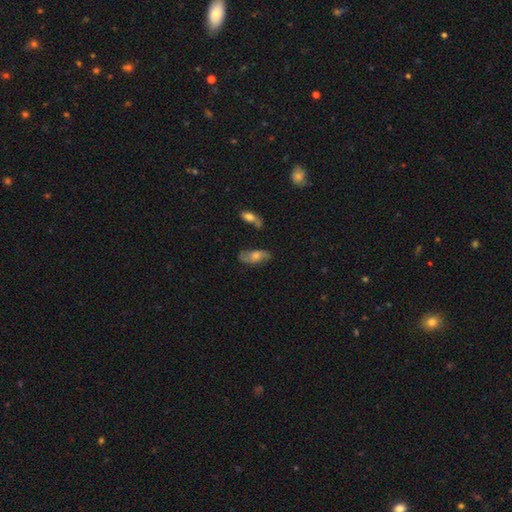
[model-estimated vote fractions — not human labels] Smooth or featured?
  - featured or disk: 53% *
  - smooth: 35%
  - star or artifact: 12%
Edge-on disk?
  - no: 84% *
  - yes: 16%
Merging?
  - none: 71% *
  - minor disturbance: 17%
  - major disturbance: 6%
  - merger: 6%